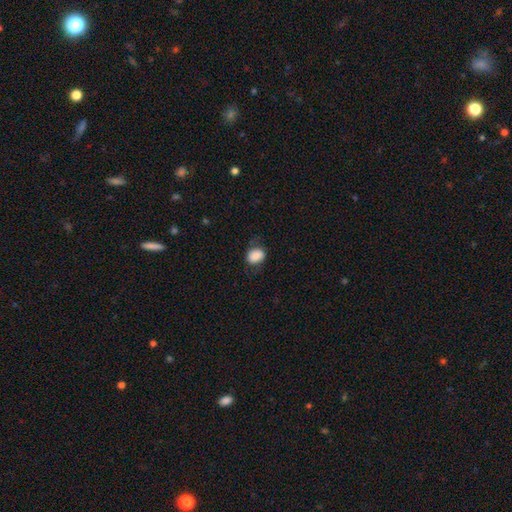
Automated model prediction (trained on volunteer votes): Smooth or featured?
  - smooth: 85% *
  - star or artifact: 8%
  - featured or disk: 7%
How rounded?
  - in between: 62% *
  - round: 37%
  - cigar-shaped: 1%
Merging?
  - none: 67% *
  - minor disturbance: 23%
  - major disturbance: 8%
  - merger: 1%